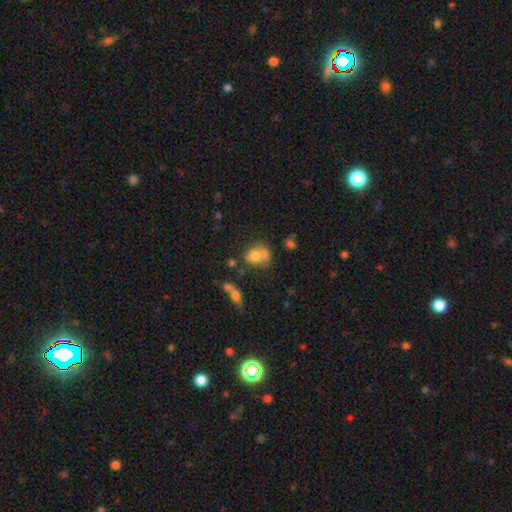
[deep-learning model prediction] A smooth galaxy with no disk features (69%) that is round (65%).

Vote fractions:
- Smooth or featured? smooth: 69% / featured or disk: 19% / star or artifact: 11%
- How rounded? round: 65% / in between: 34% / cigar-shaped: 1%
- Merging? merger: 50% / none: 32% / minor disturbance: 11% / major disturbance: 7%